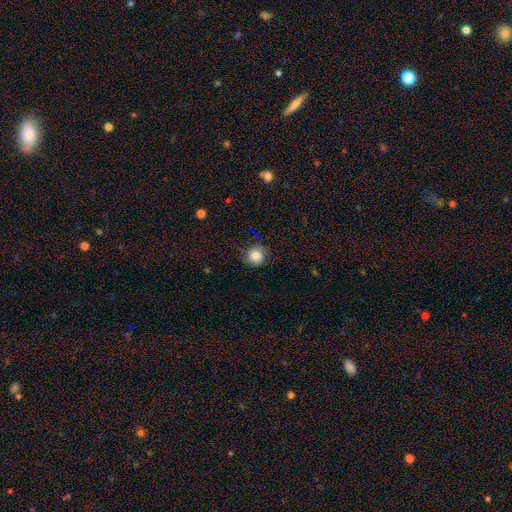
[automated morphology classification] Overall: smooth (76%). How rounded: round (88%). Merging: none (75%).